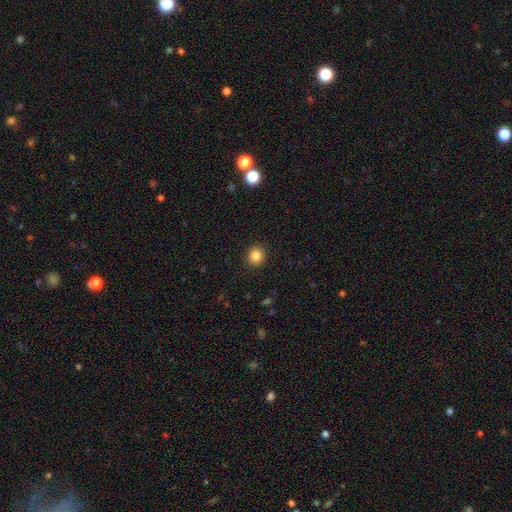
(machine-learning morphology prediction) Smooth or featured? smooth (85%)
How rounded? round (84%)
Merging? none (91%)